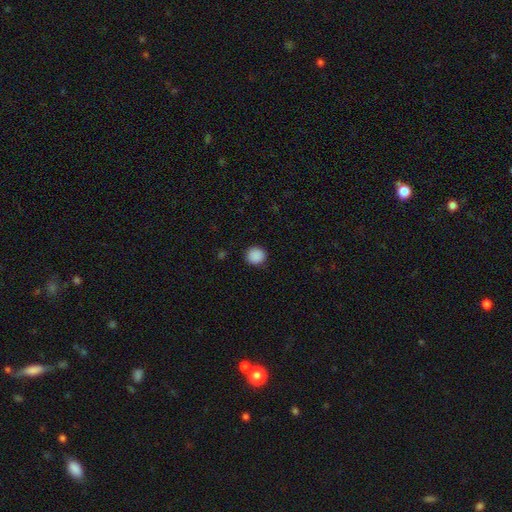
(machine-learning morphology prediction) A smooth galaxy with no disk features (89%) that is round (92%). Merging: none (91%).